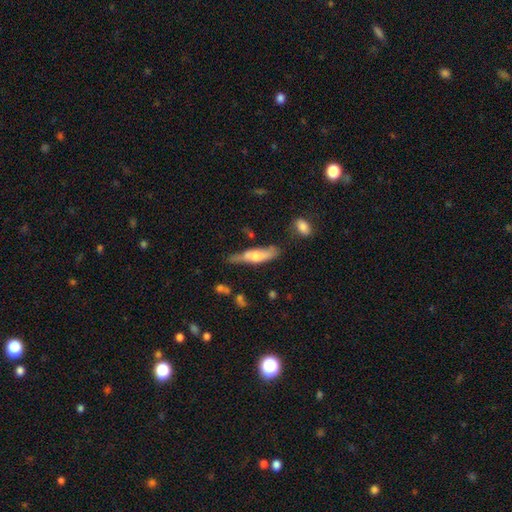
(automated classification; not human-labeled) The model was most divided on "smooth or featured": smooth: 50%, featured or disk: 44%, star or artifact: 6%. More confident: merging — none (56%).